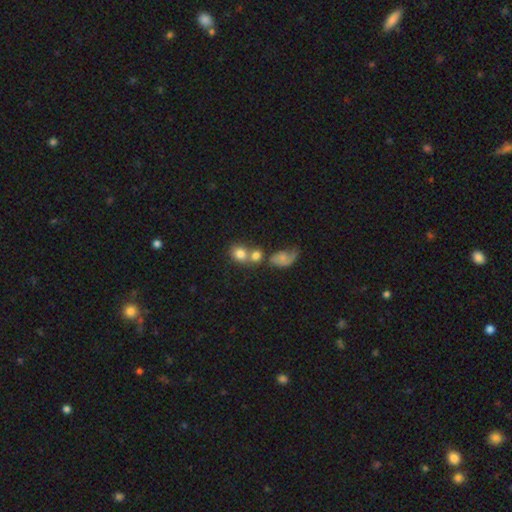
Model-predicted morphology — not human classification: Overall: smooth (71%). How rounded: round (62%; in between 36%). Merging: merger (49%; none 33%).